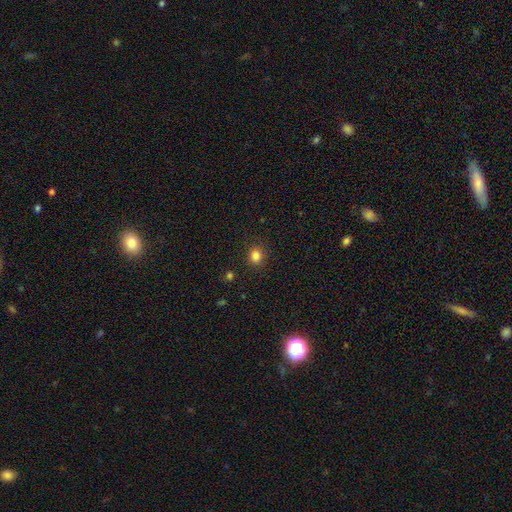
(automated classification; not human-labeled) A smooth galaxy with no disk features (83%) that is round (71%). Merging: none (88%).